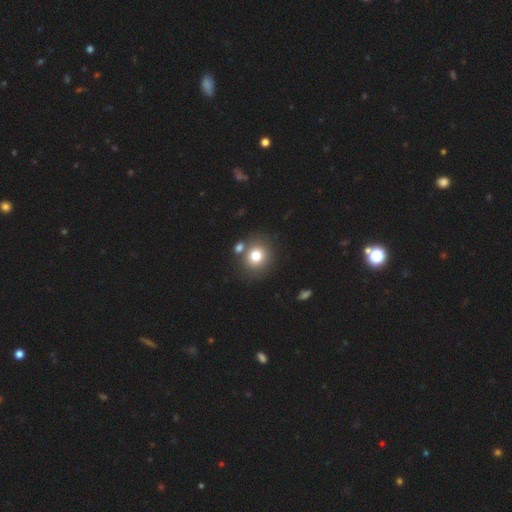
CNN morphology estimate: Smooth or featured?
  - smooth: 76% *
  - star or artifact: 12%
  - featured or disk: 12%
How rounded?
  - round: 83% *
  - in between: 16%
  - cigar-shaped: 1%
Merging?
  - none: 71% *
  - merger: 17%
  - minor disturbance: 9%
  - major disturbance: 3%